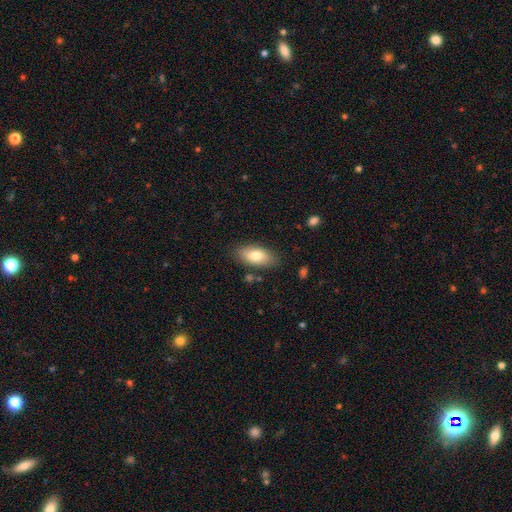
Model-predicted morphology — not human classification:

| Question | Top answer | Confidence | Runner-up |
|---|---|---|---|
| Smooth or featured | smooth | 77% | featured or disk (16%) |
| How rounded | in between | 90% | cigar-shaped (7%) |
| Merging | none | 83% | minor disturbance (12%) |